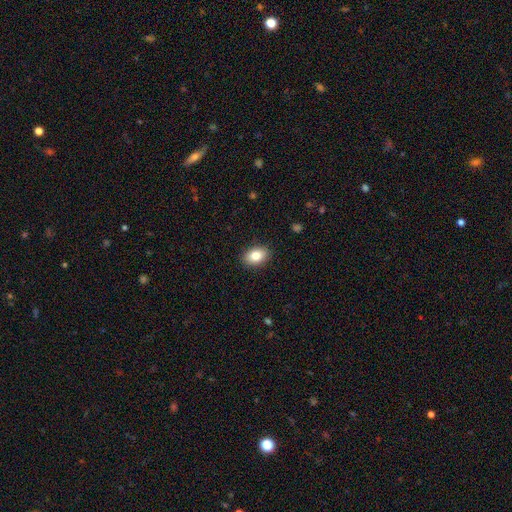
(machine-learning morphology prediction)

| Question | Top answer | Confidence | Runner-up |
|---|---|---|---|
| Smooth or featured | smooth | 83% | featured or disk (9%) |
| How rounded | in between | 82% | round (16%) |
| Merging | none | 89% | minor disturbance (8%) |